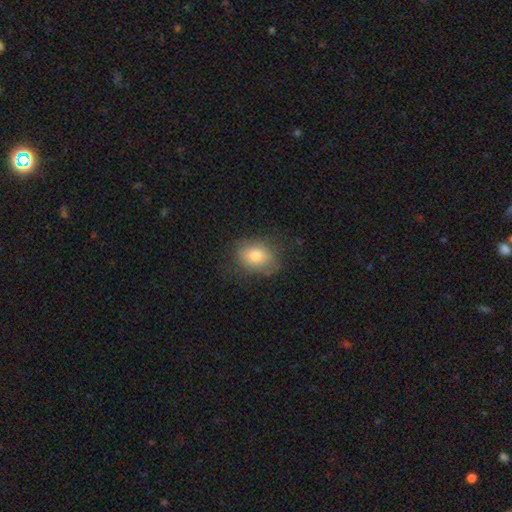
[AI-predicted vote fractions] A smooth galaxy with no disk features (79%) that is in between round and cigar-shaped (63%). Merging: none (76%).